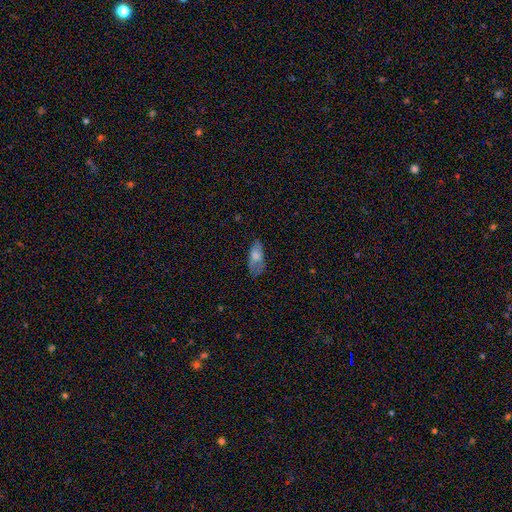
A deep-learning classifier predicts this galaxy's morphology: A smooth galaxy with no disk features (61%) that is in between round and cigar-shaped (81%).

Vote fractions:
- Smooth or featured? smooth: 61% / featured or disk: 30% / star or artifact: 10%
- How rounded? in between: 81% / cigar-shaped: 16% / round: 4%
- Merging? none: 63% / minor disturbance: 26% / major disturbance: 10% / merger: 2%